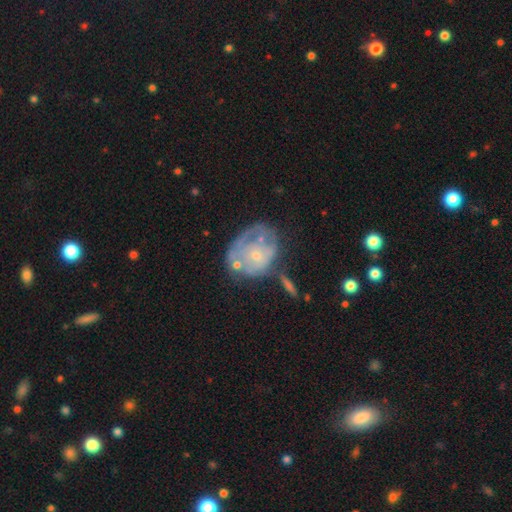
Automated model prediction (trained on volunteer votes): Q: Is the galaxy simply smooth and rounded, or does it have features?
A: featured or disk — 63%.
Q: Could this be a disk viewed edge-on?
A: no — 97%.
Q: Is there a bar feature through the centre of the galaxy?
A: no — 84%.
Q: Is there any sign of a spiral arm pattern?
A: no — 51%.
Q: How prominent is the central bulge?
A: small — 73%.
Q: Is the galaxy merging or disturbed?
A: none — 37%.